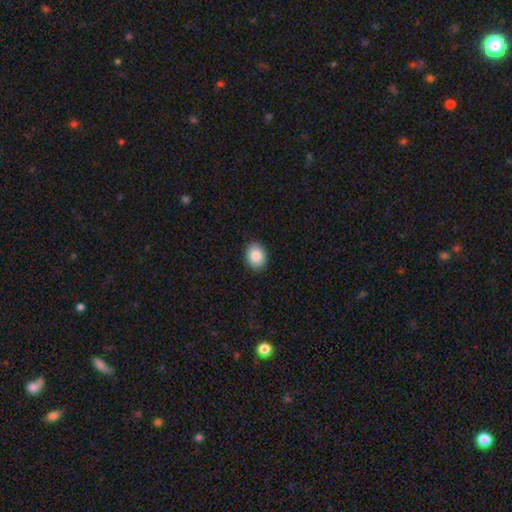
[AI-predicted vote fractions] A smooth galaxy with no disk features (88%) that is in between round and cigar-shaped (61%).

Vote fractions:
- Smooth or featured? smooth: 88% / star or artifact: 7% / featured or disk: 5%
- How rounded? in between: 61% / round: 38% / cigar-shaped: 1%
- Merging? none: 90% / minor disturbance: 8% / major disturbance: 2% / merger: 1%